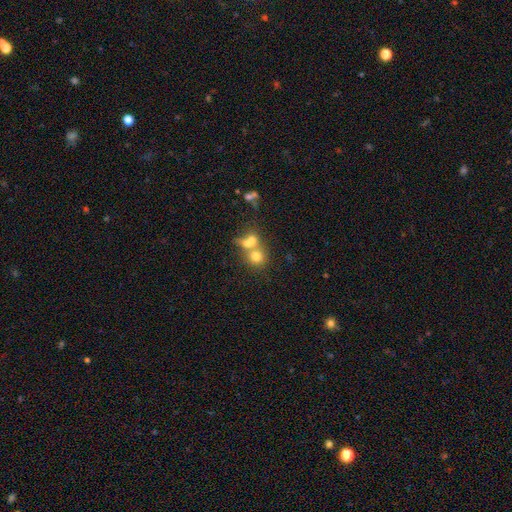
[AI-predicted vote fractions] A smooth galaxy with no disk features (63%) that is round (76%). Merging: merger (55%).